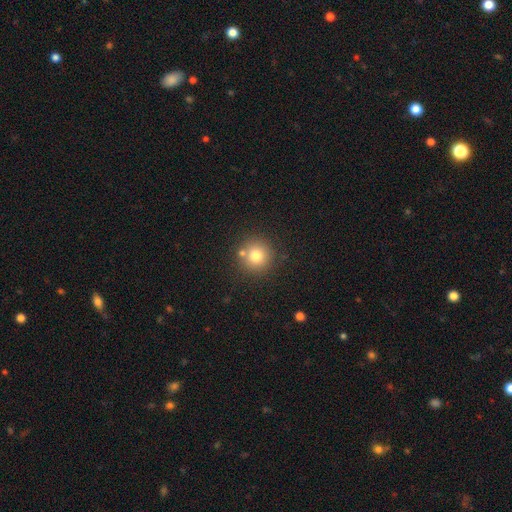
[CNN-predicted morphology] The model was most divided on "smooth or featured": smooth: 77%, star or artifact: 13%, featured or disk: 10%. More confident: how rounded — round (94%); merging — none (79%).